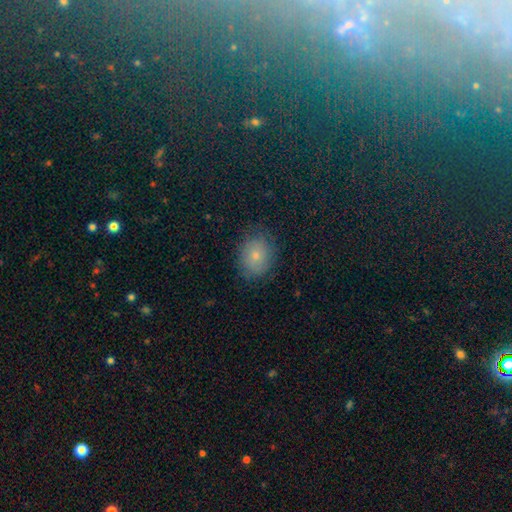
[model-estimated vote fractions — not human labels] Morphology: type=smooth (75%); roundness=round (54%); merging=none (79%).